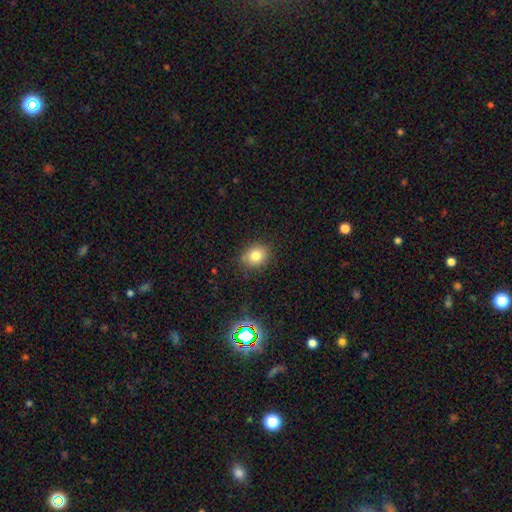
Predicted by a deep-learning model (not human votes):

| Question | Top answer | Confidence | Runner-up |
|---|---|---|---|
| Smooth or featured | smooth | 79% | star or artifact (13%) |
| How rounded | round | 67% | in between (32%) |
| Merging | none | 83% | minor disturbance (13%) |